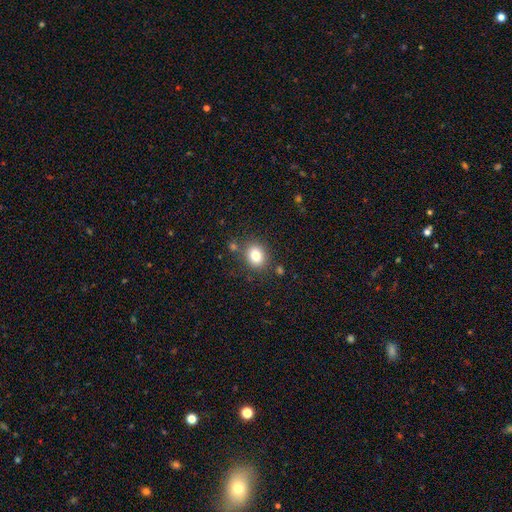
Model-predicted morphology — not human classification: Smooth or featured? Predicted: smooth (p=0.82). How rounded? Predicted: round (p=0.59). Merging? Predicted: none (p=0.80).